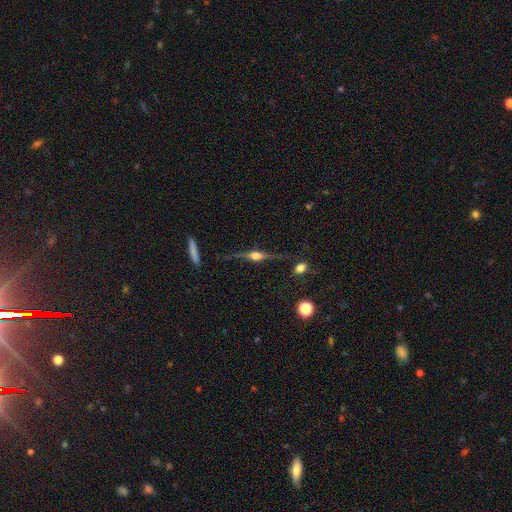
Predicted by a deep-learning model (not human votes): Smooth or featured: featured or disk — 84% (smooth — 9%)
Edge-on disk: yes — 96% (no — 4%)
Edge-on bulge: rounded — 92% (boxy — 6%)
Merging: none — 78% (minor disturbance — 13%)